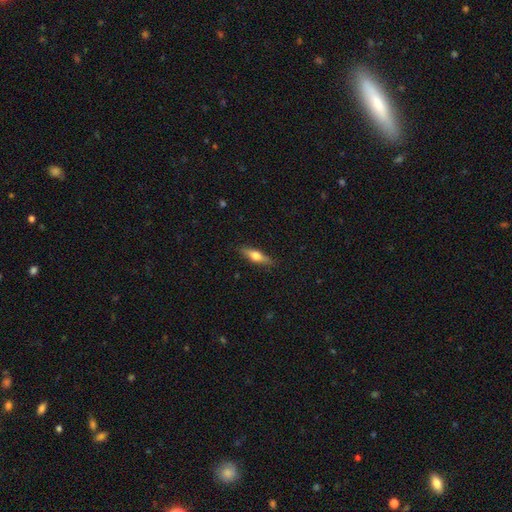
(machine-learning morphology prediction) Smooth or featured?
  - smooth: 57% *
  - featured or disk: 37%
  - star or artifact: 6%
How rounded?
  - cigar-shaped: 59% *
  - in between: 38%
  - round: 3%
Merging?
  - none: 86% *
  - minor disturbance: 10%
  - major disturbance: 2%
  - merger: 1%